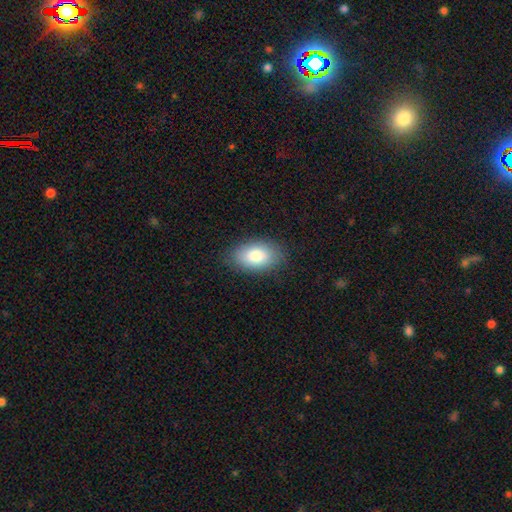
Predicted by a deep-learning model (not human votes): Smooth or featured? smooth (83%)
How rounded? in between (91%)
Merging? none (85%)